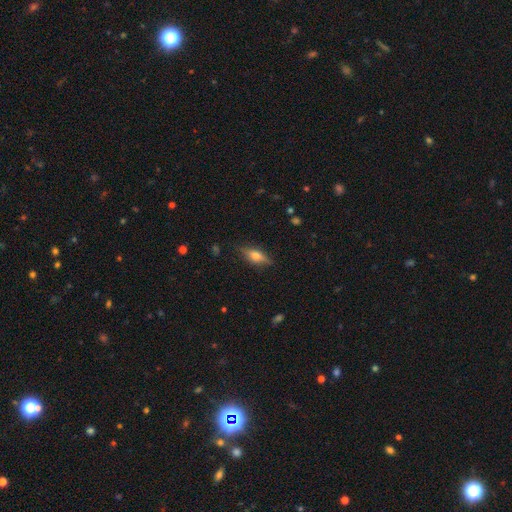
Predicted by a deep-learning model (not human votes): Smooth or featured? Predicted: featured or disk (p=0.46, tied with smooth). Merging? Predicted: none (p=0.82).